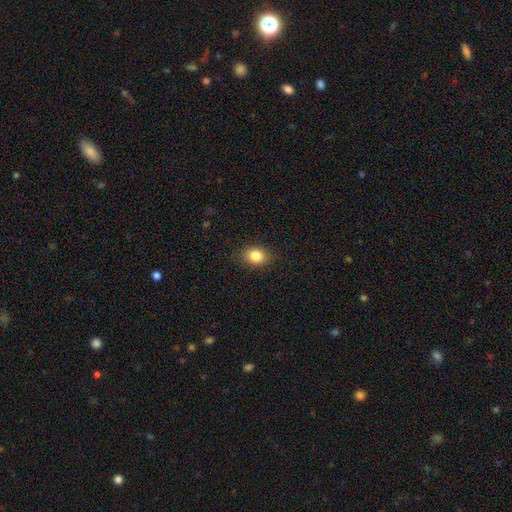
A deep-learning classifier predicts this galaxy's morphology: This appears to be a smooth galaxy with no disk features (84%) that is in between round and cigar-shaped (53%). Merging: none (86%).